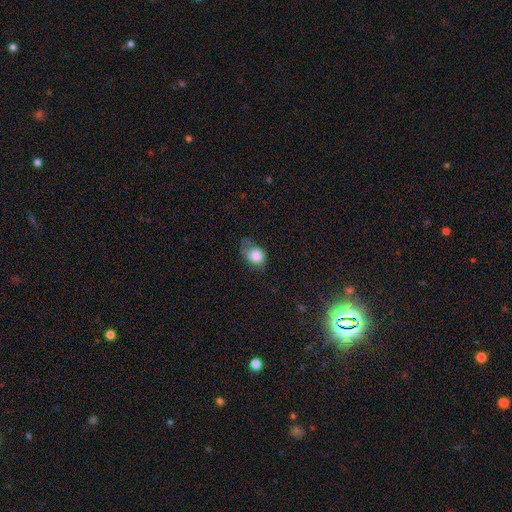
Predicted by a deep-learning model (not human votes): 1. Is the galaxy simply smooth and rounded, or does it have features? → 81% smooth, 11% featured or disk, 8% star or artifact.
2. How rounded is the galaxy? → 52% round, 47% in between, 1% cigar-shaped.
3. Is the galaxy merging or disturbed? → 39% none, 36% minor disturbance, 22% major disturbance, 2% merger.